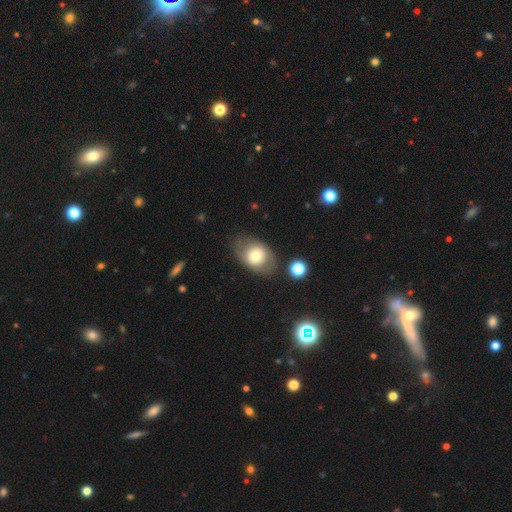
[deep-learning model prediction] Smooth or featured?
  - smooth: 65% *
  - featured or disk: 27%
  - star or artifact: 8%
How rounded?
  - in between: 73% *
  - round: 26%
  - cigar-shaped: 1%
Merging?
  - none: 75% *
  - minor disturbance: 15%
  - major disturbance: 7%
  - merger: 3%